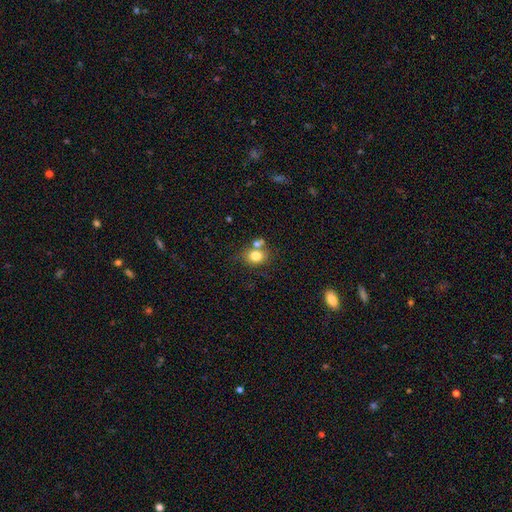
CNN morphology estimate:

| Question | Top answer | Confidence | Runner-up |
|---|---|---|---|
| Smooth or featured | smooth | 79% | star or artifact (11%) |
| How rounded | round | 60% | in between (40%) |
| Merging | none | 58% | merger (23%) |